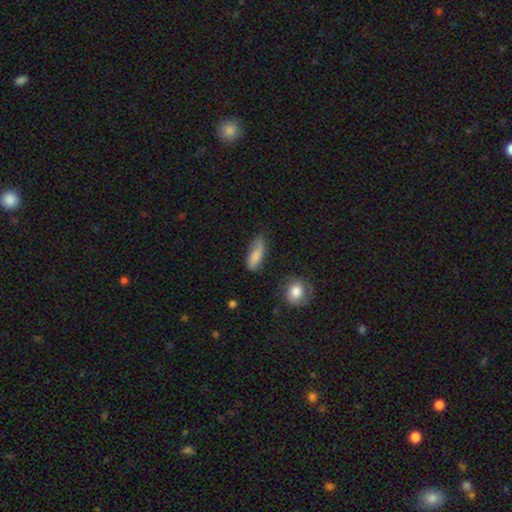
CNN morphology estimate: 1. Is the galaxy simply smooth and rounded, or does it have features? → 79% smooth, 14% featured or disk, 7% star or artifact.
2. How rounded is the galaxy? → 65% in between, 32% cigar-shaped, 3% round.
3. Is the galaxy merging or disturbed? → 53% none, 33% minor disturbance, 10% major disturbance, 4% merger.